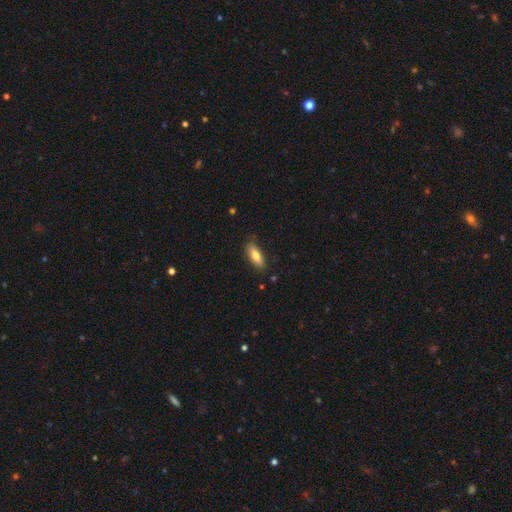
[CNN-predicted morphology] A smooth galaxy with no disk features (78%) that is in between round and cigar-shaped (70%). Merging: none (82%).